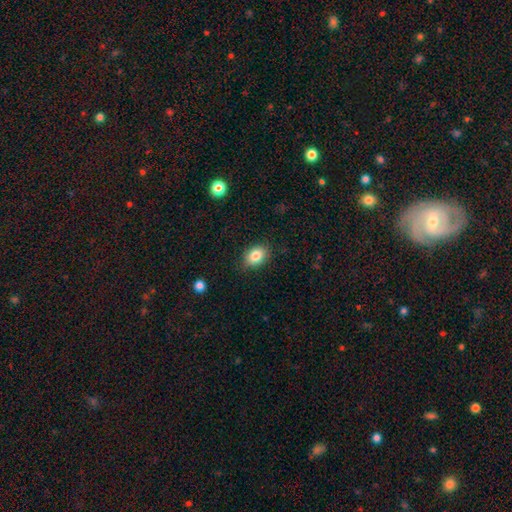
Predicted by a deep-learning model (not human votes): Smooth or featured? Predicted: smooth (p=0.83). How rounded? Predicted: in between (p=0.73). Merging? Predicted: none (p=0.85).